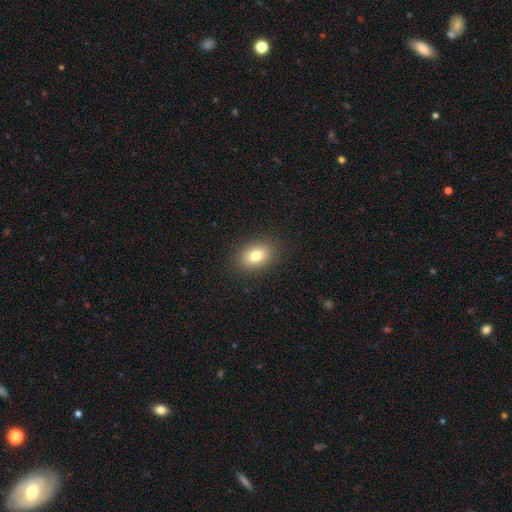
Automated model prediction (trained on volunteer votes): smooth_or_featured: smooth (p=0.79) [alt: star or artifact p=0.11]
how_rounded: in between (p=0.75) [alt: round p=0.24]
merging: none (p=0.88) [alt: minor disturbance p=0.08]